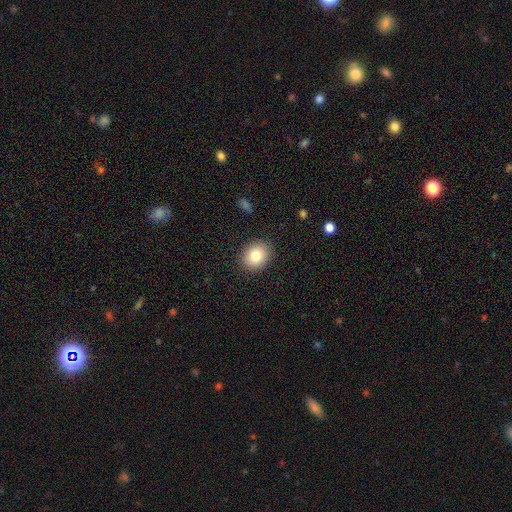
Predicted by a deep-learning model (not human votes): Morphology: type=smooth (81%); roundness=round (54%); merging=none (89%).